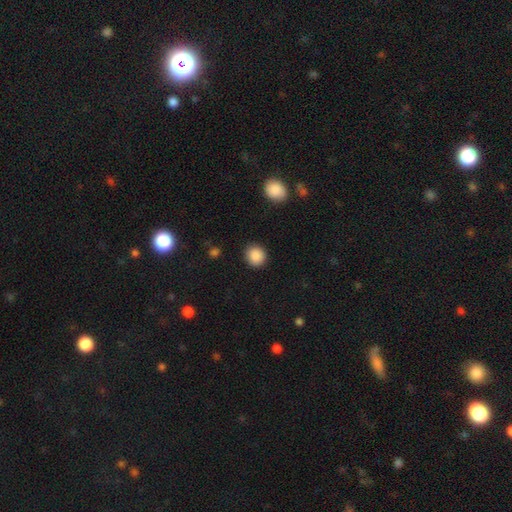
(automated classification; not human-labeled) A smooth galaxy with no disk features (89%) that is round (87%).

Vote fractions:
- Smooth or featured? smooth: 89% / star or artifact: 8% / featured or disk: 3%
- How rounded? round: 87% / in between: 12% / cigar-shaped: 1%
- Merging? none: 90% / minor disturbance: 7% / major disturbance: 2% / merger: 1%